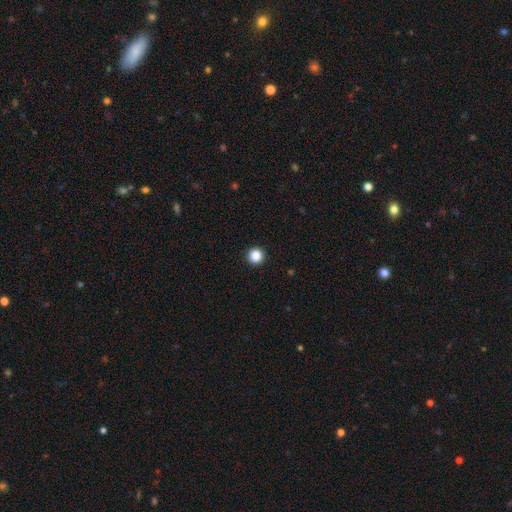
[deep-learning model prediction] This is clearly a smooth galaxy (87%). How rounded: clearly round (97%). Merging: clearly none (94%).